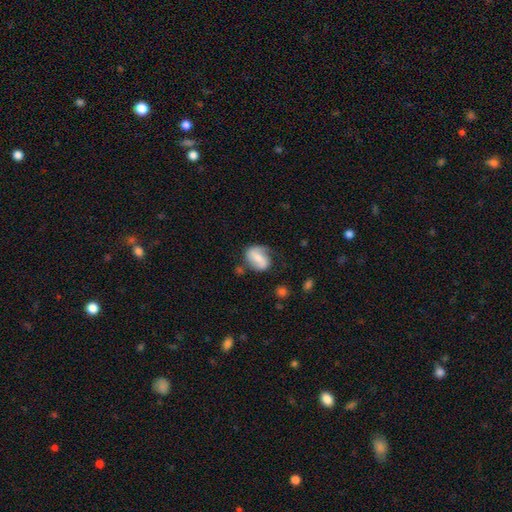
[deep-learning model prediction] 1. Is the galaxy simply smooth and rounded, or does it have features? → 49% featured or disk, 44% smooth, 7% star or artifact.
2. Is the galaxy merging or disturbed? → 57% none, 26% minor disturbance, 11% major disturbance, 6% merger.